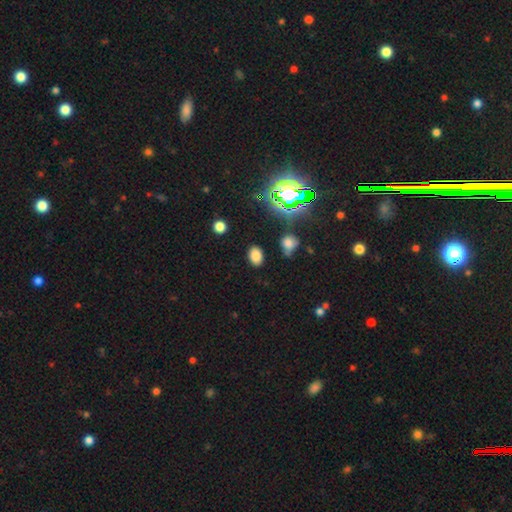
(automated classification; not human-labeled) Q: Smooth or featured?
A: smooth (77%); runner-up: star or artifact (18%)
Q: How rounded?
A: in between (81%); runner-up: round (18%)
Q: Merging?
A: none (84%); runner-up: minor disturbance (10%)